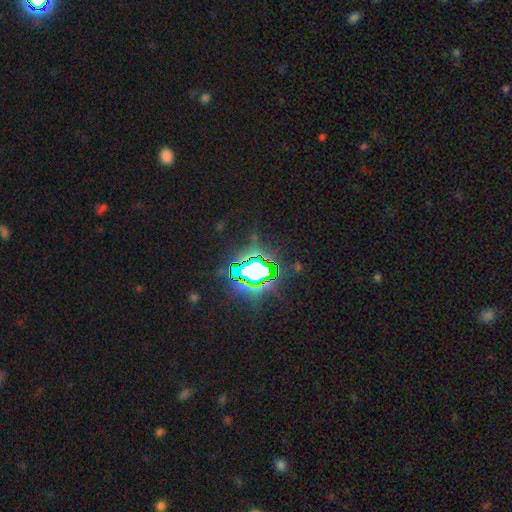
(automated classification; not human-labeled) Smooth or featured? star or artifact (84%)